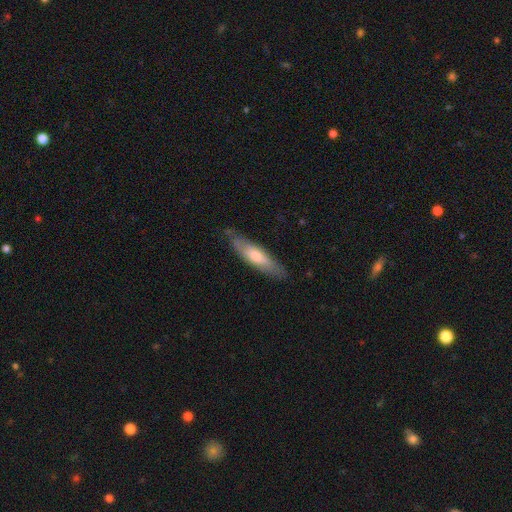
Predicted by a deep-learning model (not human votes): The model was most divided on "smooth or featured": smooth: 59%, featured or disk: 36%, star or artifact: 5%. More confident: merging — none (78%); how rounded — cigar-shaped (68%).